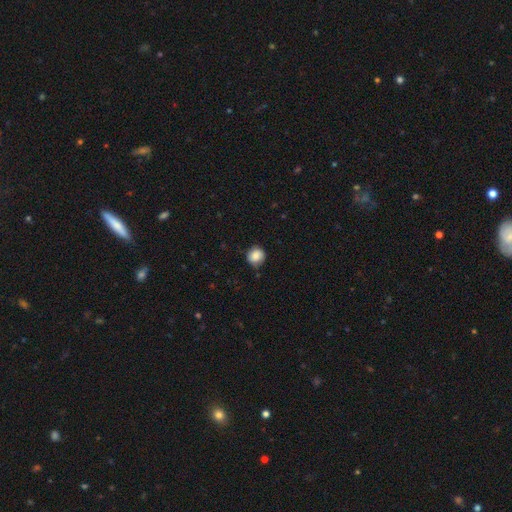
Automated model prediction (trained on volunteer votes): Overall: smooth (84%). How rounded: round (89%). Merging: none (80%).